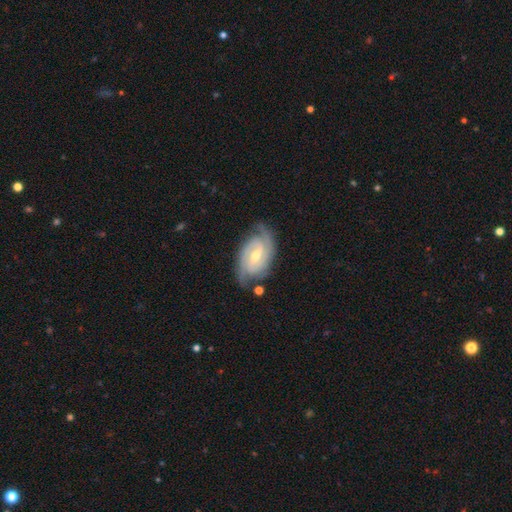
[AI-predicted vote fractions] smooth_or_featured: featured or disk (p=0.88) [alt: smooth p=0.07]
disk_edge_on: no (p=0.96) [alt: yes p=0.04]
bar: weak (p=0.52) [alt: no p=0.27]
has_spiral_arms: yes (p=0.98) [alt: no p=0.02]
spiral_winding: tight (p=0.63) [alt: medium p=0.31]
spiral_arm_count: 2 (p=0.66) [alt: 3 p=0.16]
bulge_size: moderate (p=0.56) [alt: small p=0.40]
merging: none (p=0.77) [alt: minor disturbance p=0.17]